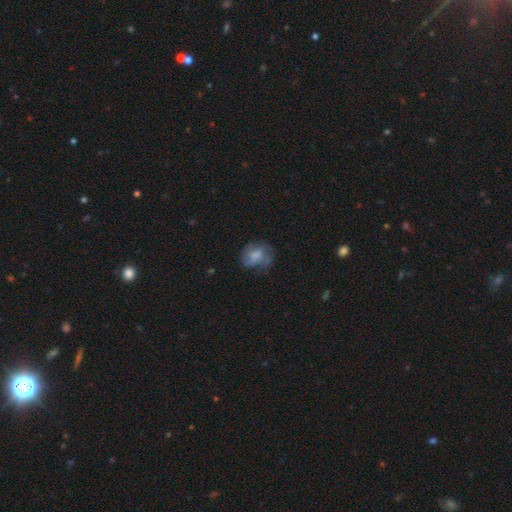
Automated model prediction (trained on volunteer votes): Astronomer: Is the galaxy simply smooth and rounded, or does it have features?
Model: smooth — 55% (runner-up: featured or disk, 36%).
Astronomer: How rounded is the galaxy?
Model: round — 50% (runner-up: in between, 48%).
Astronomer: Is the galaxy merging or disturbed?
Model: none — 46% (runner-up: minor disturbance, 28%).